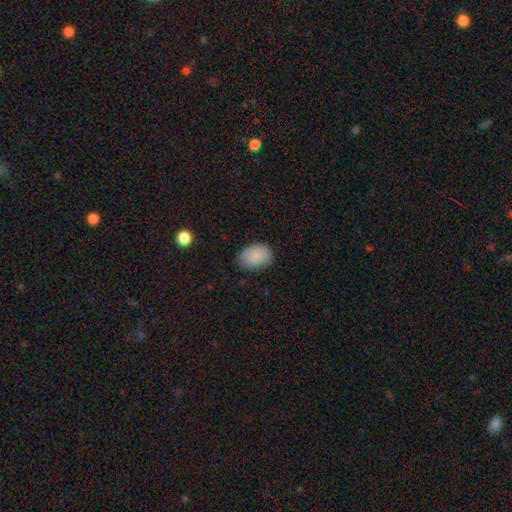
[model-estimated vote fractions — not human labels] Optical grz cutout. It shows a smooth galaxy with no disk features (87%) that is in between round and cigar-shaped (77%). Merging: none (81%).